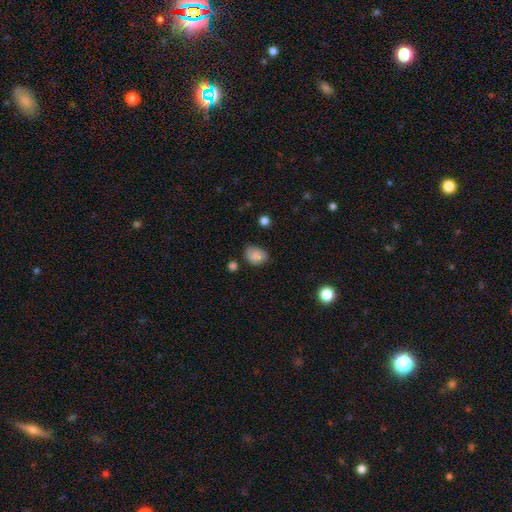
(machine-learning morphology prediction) type=smooth (85%); roundness=in between (61%); merging=none (65%).